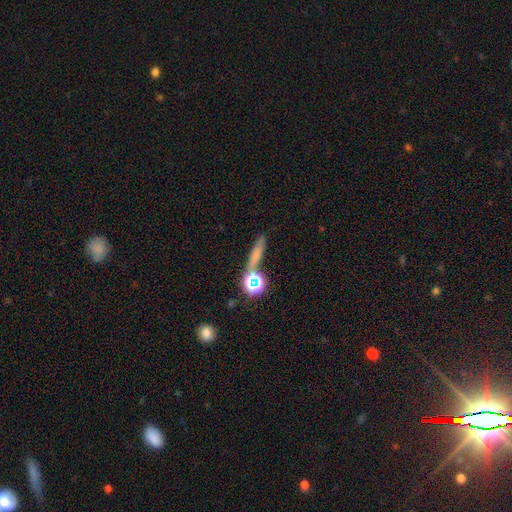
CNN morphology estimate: The model was most divided on "smooth or featured": smooth: 60%, star or artifact: 23%, featured or disk: 17%. More confident: how rounded — cigar-shaped (70%); merging — none (68%).